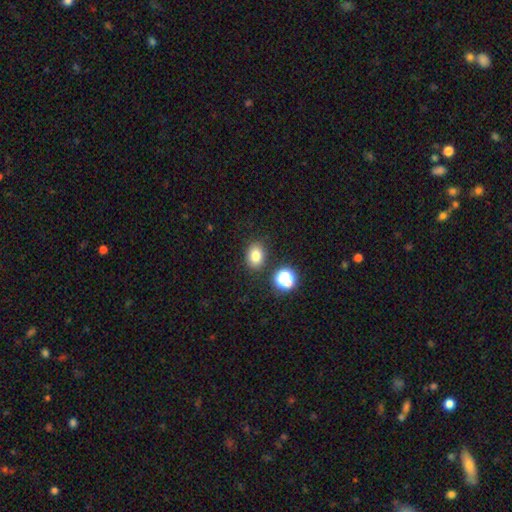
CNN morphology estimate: Smooth or featured?
  - smooth: 79% *
  - star or artifact: 14%
  - featured or disk: 7%
How rounded?
  - in between: 59% *
  - round: 40%
  - cigar-shaped: 1%
Merging?
  - none: 83% *
  - minor disturbance: 9%
  - merger: 5%
  - major disturbance: 3%